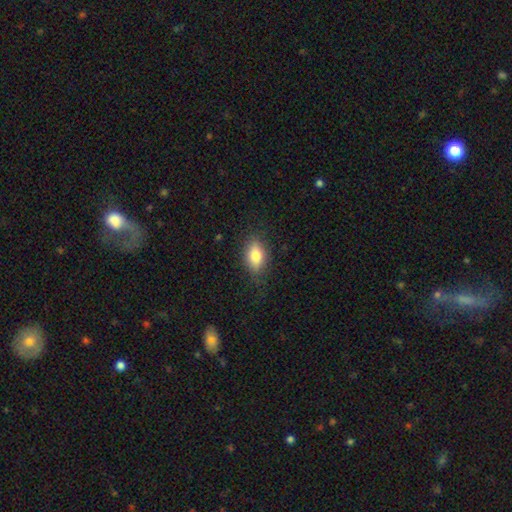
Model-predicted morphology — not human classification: The model was most divided on "smooth or featured": smooth: 78%, featured or disk: 14%, star or artifact: 8%. More confident: how rounded — in between (85%); merging — none (80%).